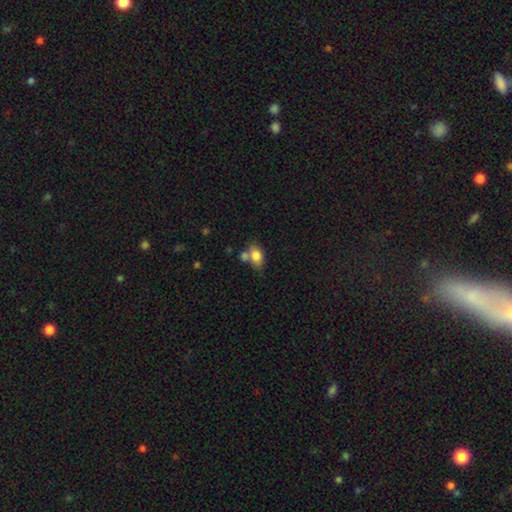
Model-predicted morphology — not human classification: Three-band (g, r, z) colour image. It shows a smooth galaxy with no disk features (81%) that is in between round and cigar-shaped (81%). Merging: none (47%).